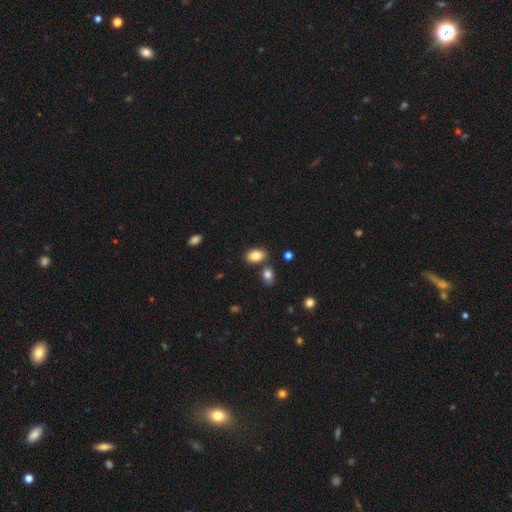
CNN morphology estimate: smooth_or_featured: smooth (p=0.83) [alt: featured or disk p=0.08]
how_rounded: in between (p=0.88) [alt: round p=0.11]
merging: none (p=0.76) [alt: merger p=0.11]